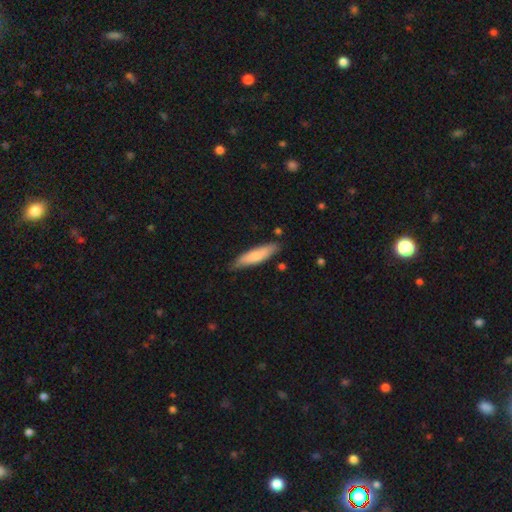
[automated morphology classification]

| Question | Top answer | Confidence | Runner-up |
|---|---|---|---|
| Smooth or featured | smooth | 76% | featured or disk (19%) |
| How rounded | cigar-shaped | 73% | in between (25%) |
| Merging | none | 80% | minor disturbance (16%) |